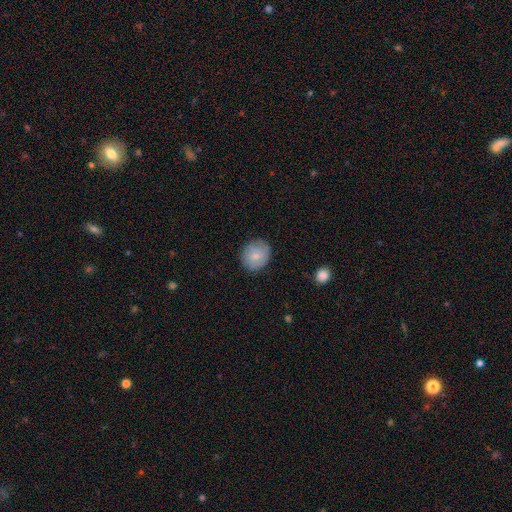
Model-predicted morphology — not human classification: smooth_or_featured: smooth (p=0.76) [alt: featured or disk p=0.17]
how_rounded: round (p=0.74) [alt: in between p=0.25]
merging: none (p=0.83) [alt: minor disturbance p=0.13]